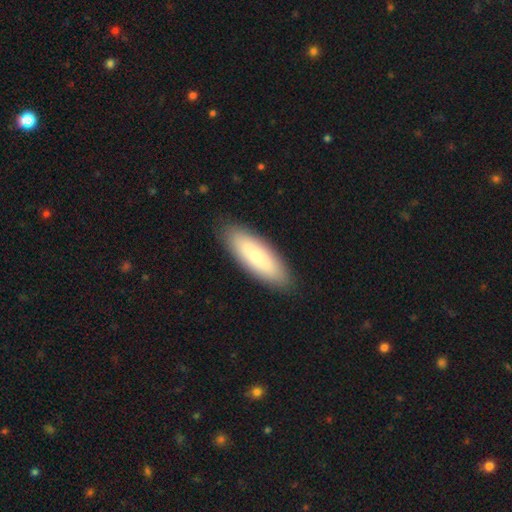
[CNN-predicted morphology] smooth-or-featured: smooth: 74% | featured or disk: 20% | star or artifact: 6%
  how-rounded: in between: 60% | cigar-shaped: 39% | round: 2%
  merging: none: 88% | minor disturbance: 9% | major disturbance: 2% | merger: 1%